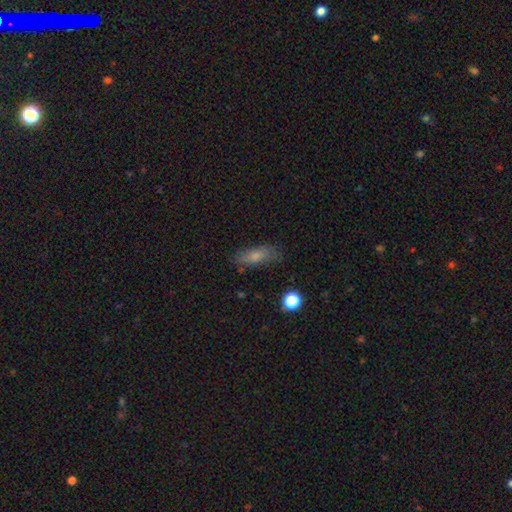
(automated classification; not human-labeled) The model was most divided on "how rounded": in between: 62%, cigar-shaped: 34%, round: 4%. More confident: smooth or featured — smooth (74%); merging — none (74%).